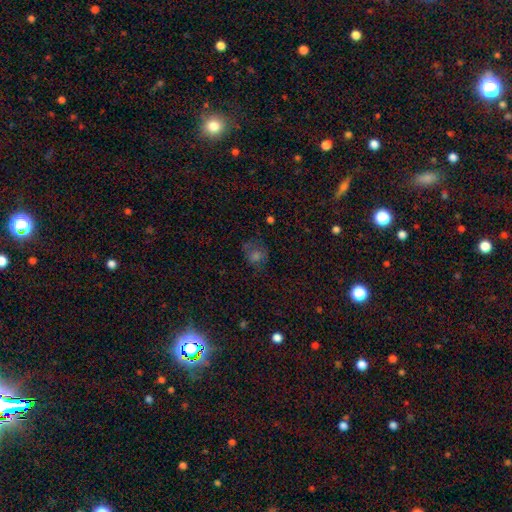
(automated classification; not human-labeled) A smooth galaxy with no disk features (40%). Merging: none (63%).